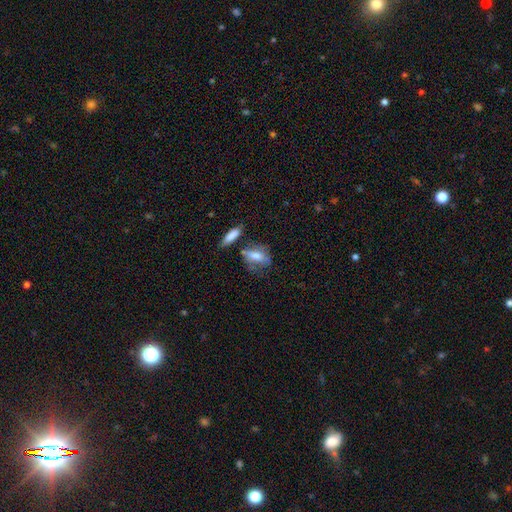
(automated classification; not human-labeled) smooth-or-featured: smooth: 65% | featured or disk: 27% | star or artifact: 8%
  how-rounded: in between: 75% | cigar-shaped: 14% | round: 11%
  merging: none: 49% | minor disturbance: 23% | merger: 15% | major disturbance: 13%